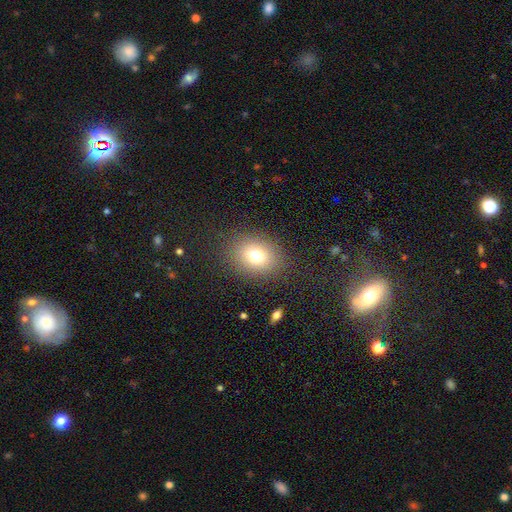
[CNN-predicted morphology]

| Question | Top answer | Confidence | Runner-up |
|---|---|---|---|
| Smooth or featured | smooth | 74% | star or artifact (14%) |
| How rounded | in between | 51% | round (48%) |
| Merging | none | 84% | minor disturbance (9%) |